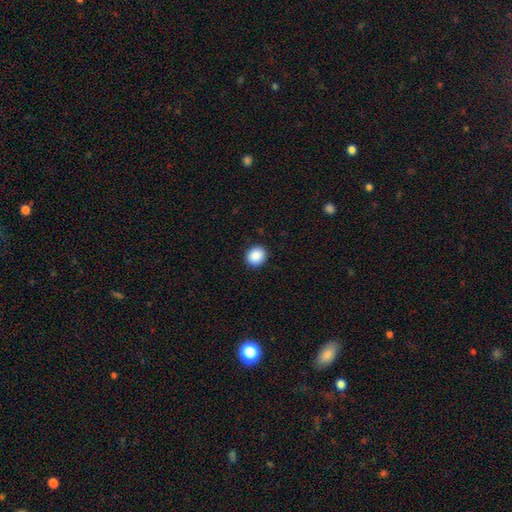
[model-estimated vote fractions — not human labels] The model was most divided on "how rounded": round: 79%, in between: 20%, cigar-shaped: 1%. More confident: merging — none (92%); smooth or featured — smooth (89%).